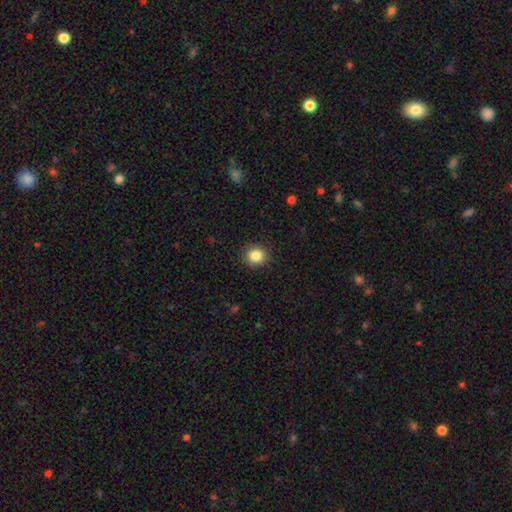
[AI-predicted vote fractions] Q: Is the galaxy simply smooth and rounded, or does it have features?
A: smooth — 85%.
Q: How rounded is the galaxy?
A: round — 87%.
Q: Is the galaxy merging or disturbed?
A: none — 90%.